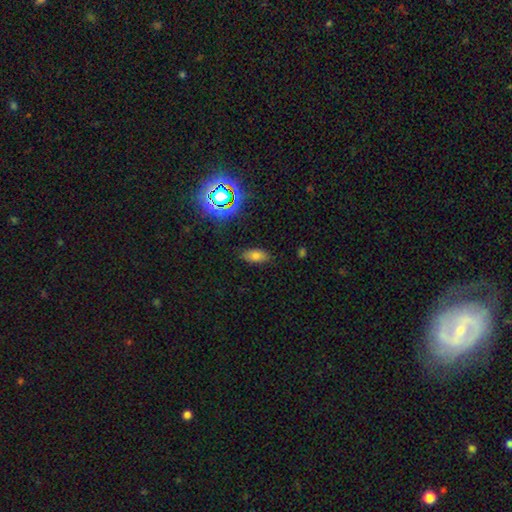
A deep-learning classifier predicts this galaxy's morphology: This appears to be a smooth galaxy with no disk features (70%) that is in between round and cigar-shaped (88%). Merging: none (84%).